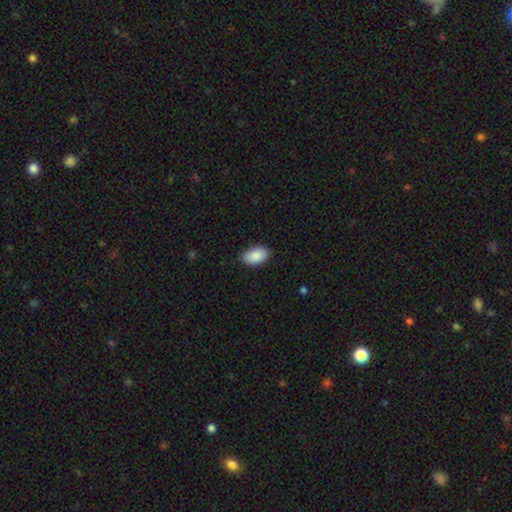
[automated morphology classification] A smooth galaxy with no disk features (89%) that is in between round and cigar-shaped (94%). Merging: none (86%).